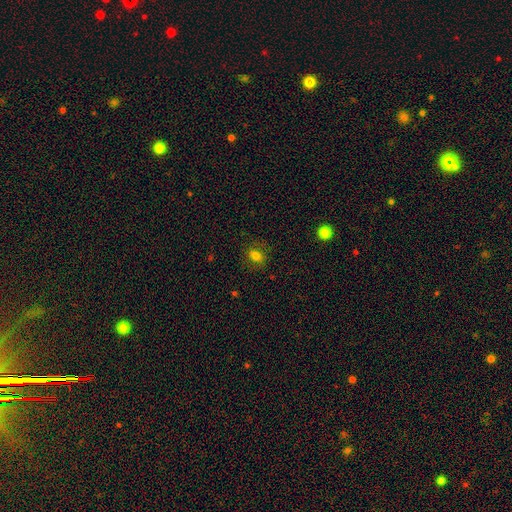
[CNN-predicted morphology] smooth_or_featured: smooth (p=0.77) [alt: star or artifact p=0.13]
how_rounded: in between (p=0.66) [alt: round p=0.32]
merging: none (p=0.80) [alt: minor disturbance p=0.14]